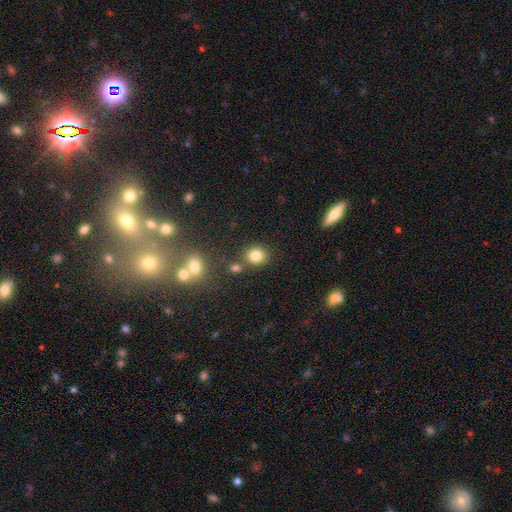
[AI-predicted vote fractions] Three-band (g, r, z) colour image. It shows a smooth galaxy with no disk features (81%) that is round (76%). Merging: none (74%).